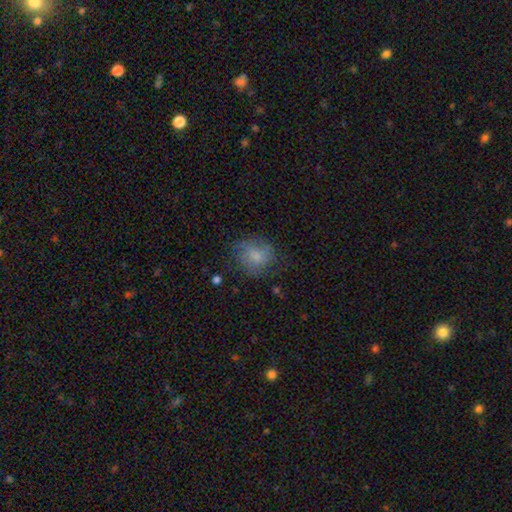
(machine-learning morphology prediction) smooth-or-featured: smooth: 70% | featured or disk: 21% | star or artifact: 9%
  how-rounded: round: 69% | in between: 30% | cigar-shaped: 1%
  merging: none: 60% | minor disturbance: 25% | major disturbance: 13% | merger: 2%